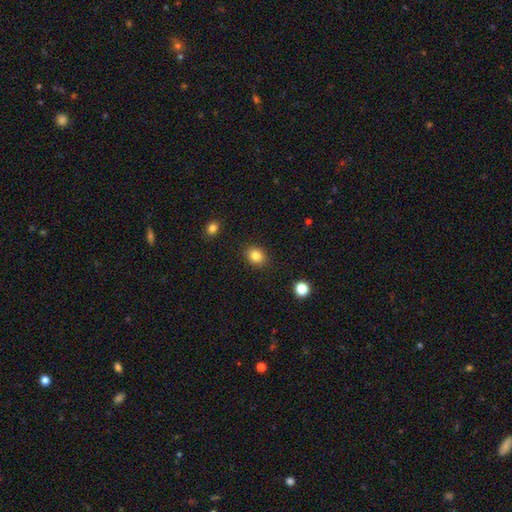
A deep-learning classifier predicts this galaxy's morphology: The model was most divided on "how rounded": round: 52%, in between: 48%, cigar-shaped: 1%. More confident: merging — none (88%); smooth or featured — smooth (83%).